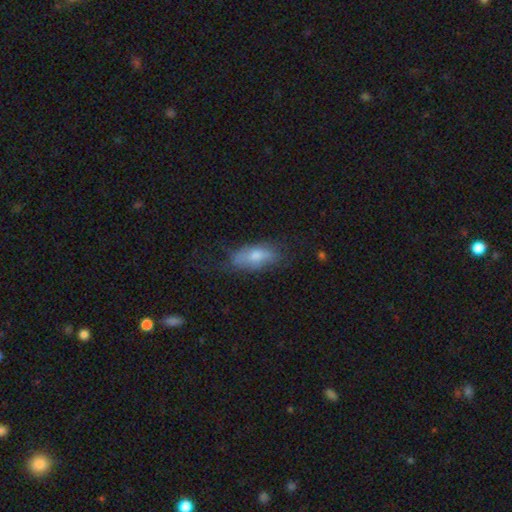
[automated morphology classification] This appears to be a smooth galaxy with no disk features (62%) that is in between round and cigar-shaped (78%). Merging: none (59%).